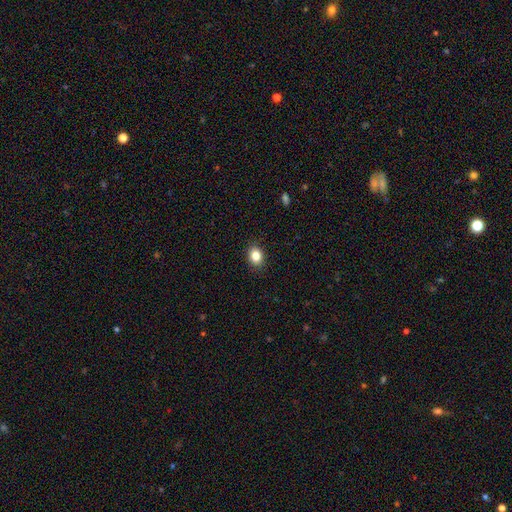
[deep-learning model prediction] This appears to be a smooth galaxy with no disk features (84%) that is in between round and cigar-shaped (59%). Merging: none (89%).